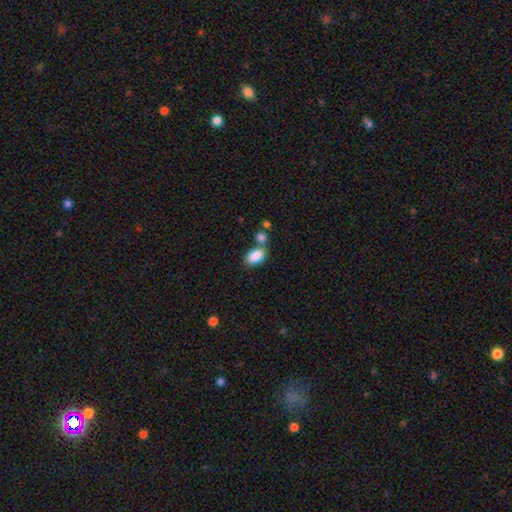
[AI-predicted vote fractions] Smooth or featured? smooth (87%)
How rounded? in between (92%)
Merging? none (53%)